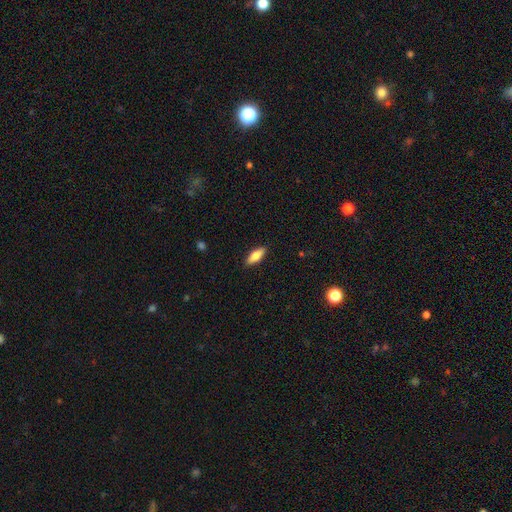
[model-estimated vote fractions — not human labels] smooth-or-featured: smooth: 73% | featured or disk: 21% | star or artifact: 6%
  how-rounded: in between: 62% | cigar-shaped: 35% | round: 2%
  merging: none: 89% | minor disturbance: 8% | major disturbance: 2% | merger: 1%